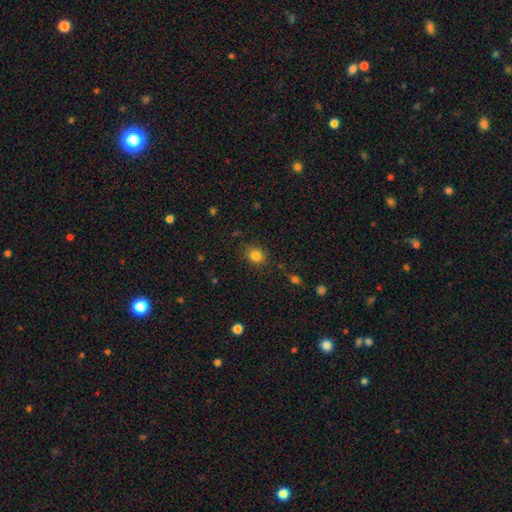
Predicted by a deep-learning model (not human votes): Smooth or featured? Predicted: smooth (p=0.83). How rounded? Predicted: round (p=0.71). Merging? Predicted: none (p=0.82).